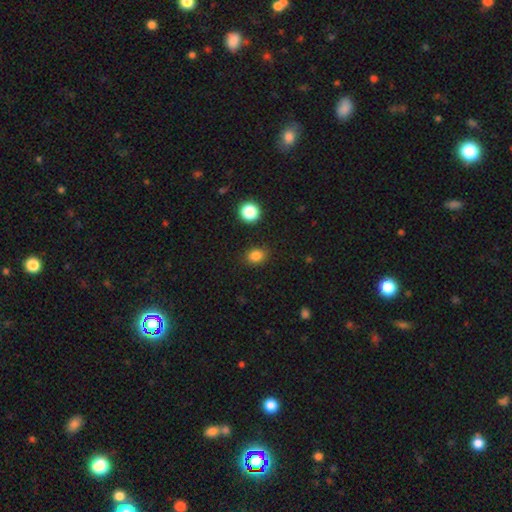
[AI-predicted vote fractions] The model was most divided on "how rounded": round: 53%, in between: 46%, cigar-shaped: 1%. More confident: merging — none (86%); smooth or featured — smooth (83%).